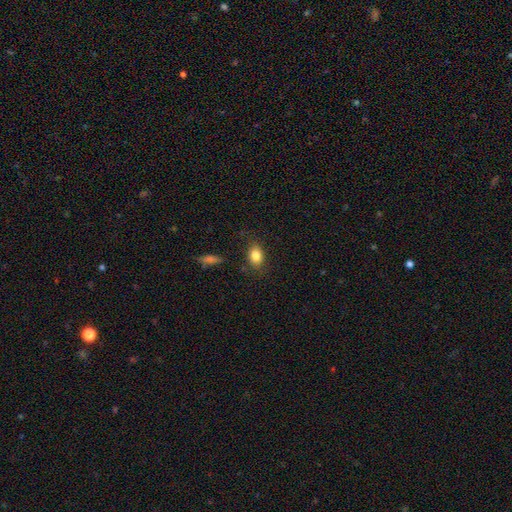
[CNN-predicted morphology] Smooth or featured?
  - smooth: 84% *
  - star or artifact: 9%
  - featured or disk: 7%
How rounded?
  - in between: 70% *
  - round: 29%
  - cigar-shaped: 2%
Merging?
  - none: 82% *
  - minor disturbance: 12%
  - major disturbance: 3%
  - merger: 2%